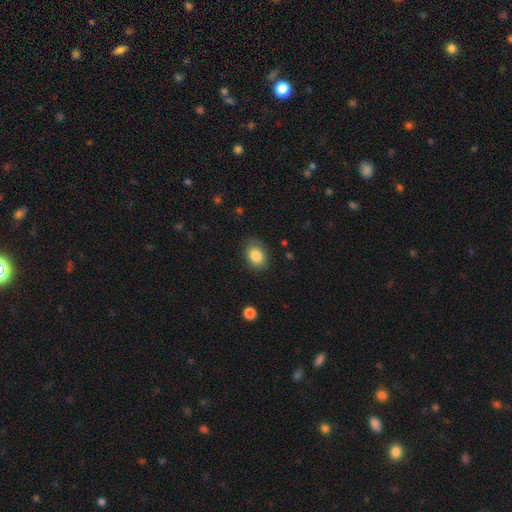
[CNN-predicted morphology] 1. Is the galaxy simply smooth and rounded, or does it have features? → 84% smooth, 8% star or artifact, 7% featured or disk.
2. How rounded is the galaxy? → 72% in between, 27% round, 1% cigar-shaped.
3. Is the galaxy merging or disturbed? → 82% none, 14% minor disturbance, 3% major disturbance, 1% merger.